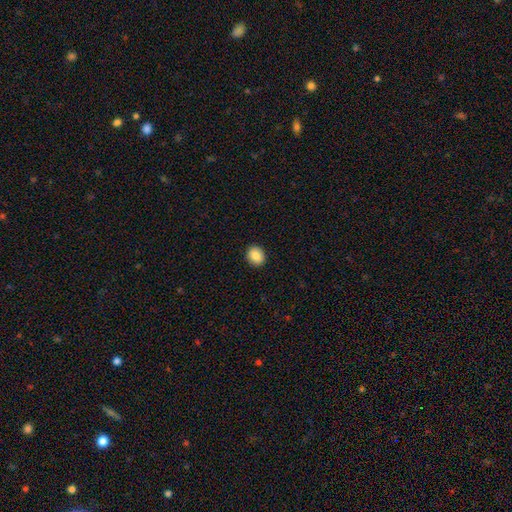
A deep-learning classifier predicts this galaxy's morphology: type=smooth (86%); roundness=round (65%); merging=none (92%).